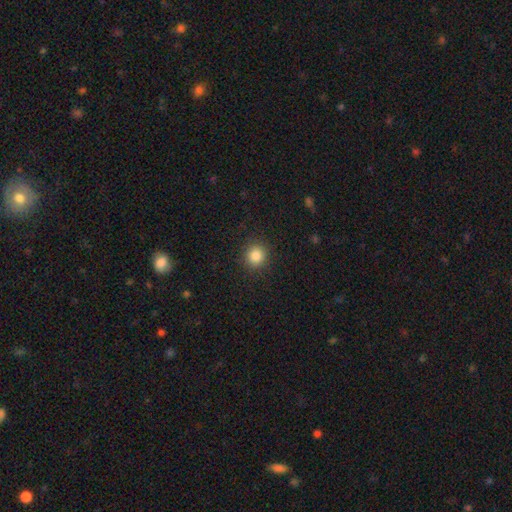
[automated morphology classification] Smooth or featured? Predicted: smooth (p=0.84). How rounded? Predicted: round (p=0.91). Merging? Predicted: none (p=0.91).